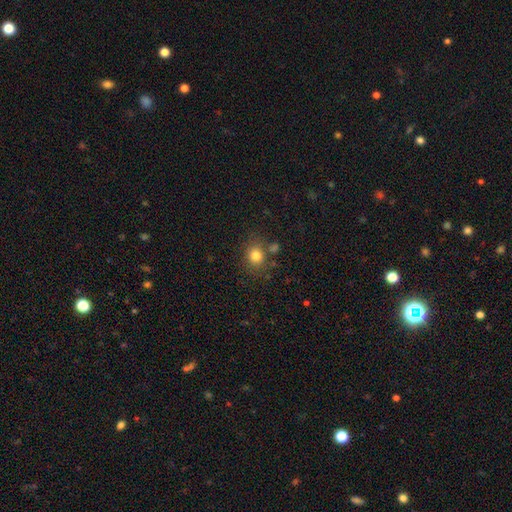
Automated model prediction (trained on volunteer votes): Smooth or featured: smooth — 81% (star or artifact — 12%)
How rounded: round — 74% (in between — 25%)
Merging: none — 74% (minor disturbance — 12%)